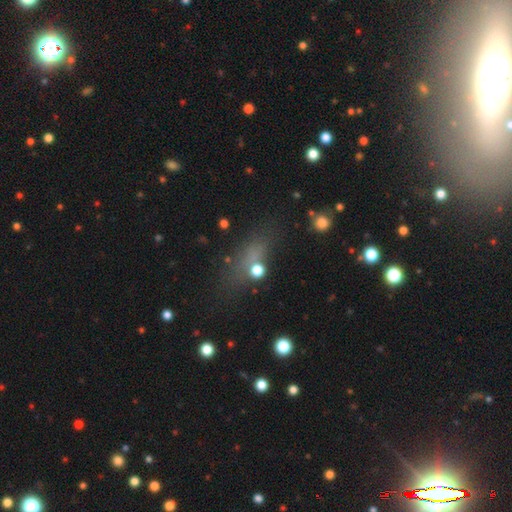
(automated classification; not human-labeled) Overall: smooth (49%; star or artifact 34%). Merging: none (62%).